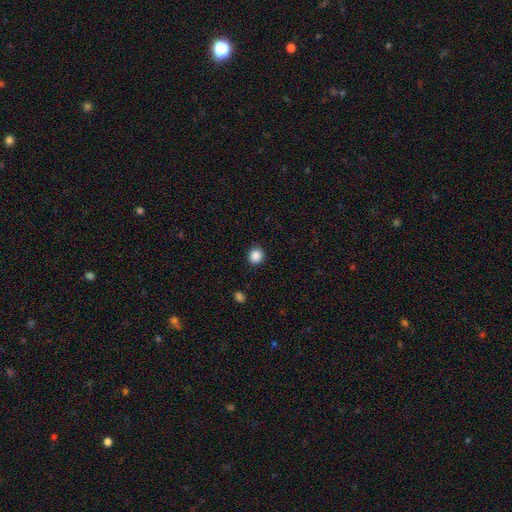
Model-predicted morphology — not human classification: smooth_or_featured: smooth (p=0.88) [alt: star or artifact p=0.10]
how_rounded: round (p=0.87) [alt: in between p=0.12]
merging: none (p=0.91) [alt: minor disturbance p=0.06]